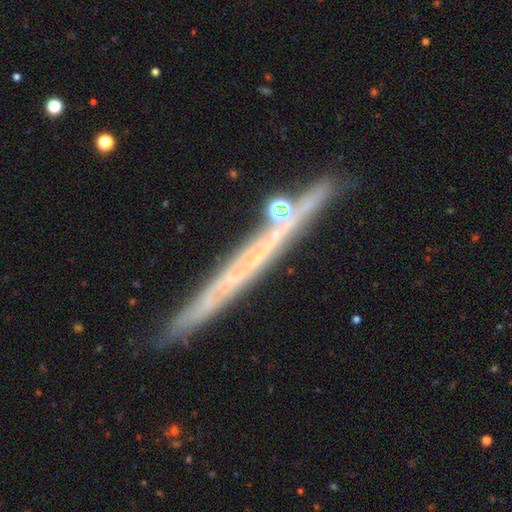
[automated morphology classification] Smooth or featured: featured or disk — 64% (smooth — 26%)
Edge-on disk: yes — 93% (no — 7%)
Edge-on bulge: none — 87% (rounded — 9%)
Merging: none — 80% (minor disturbance — 12%)